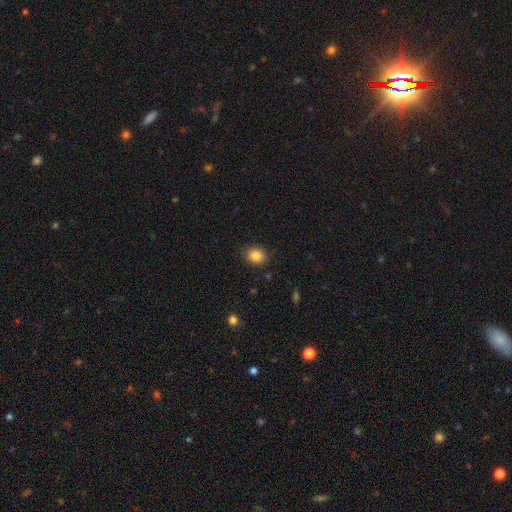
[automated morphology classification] Q: Smooth or featured?
A: smooth (86%); runner-up: star or artifact (10%)
Q: How rounded?
A: round (54%); runner-up: in between (45%)
Q: Merging?
A: none (86%); runner-up: minor disturbance (10%)